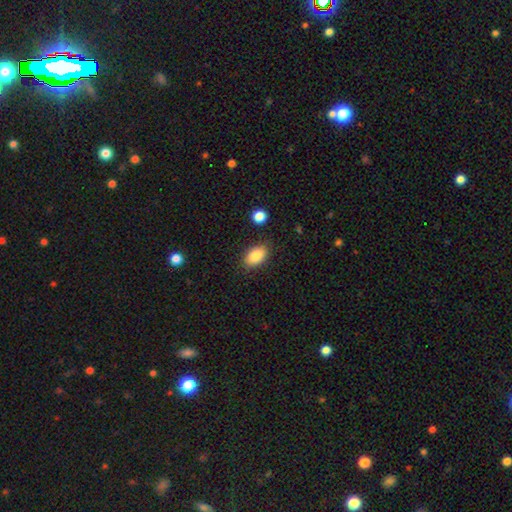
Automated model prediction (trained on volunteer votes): smooth-or-featured: smooth: 84% | featured or disk: 8% | star or artifact: 8%
  how-rounded: in between: 90% | round: 9% | cigar-shaped: 2%
  merging: none: 84% | minor disturbance: 11% | major disturbance: 3% | merger: 2%